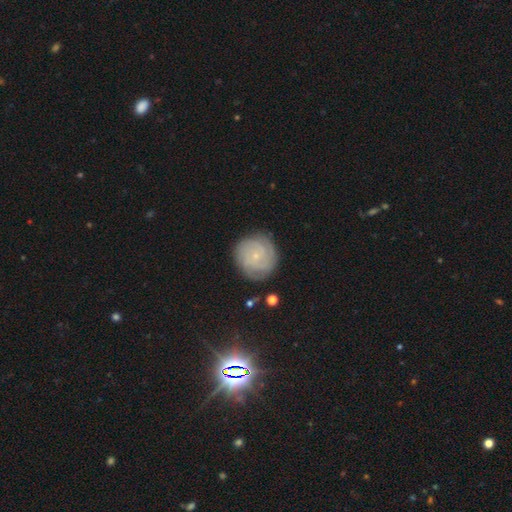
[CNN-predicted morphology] A featured or disk galaxy (69%) with no bar (77%), tight (73%) spiral arms (92%) and a small central bulge (86%).

Vote fractions:
- Smooth or featured? featured or disk: 69% / smooth: 23% / star or artifact: 8%
- Edge-on disk? no: 98% / yes: 2%
- Bar? no: 77% / weak: 19% / strong: 3%
- Spiral arms? yes: 92% / no: 8%
- Spiral winding? tight: 73% / medium: 21% / loose: 6%
- Spiral arm count? can't tell: 34% / 3: 22% / 2: 18% / 4: 13% / more than 4: 7% / 1: 6%
- Bulge size? small: 86% / moderate: 9% / none: 3% / large: 1% / dominant: 1%
- Merging? none: 81% / minor disturbance: 13% / major disturbance: 4% / merger: 2%